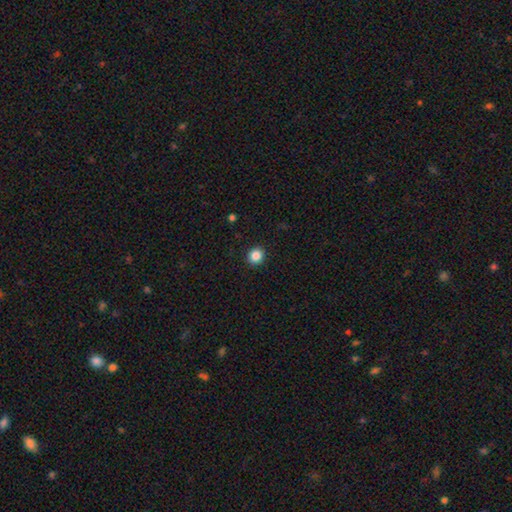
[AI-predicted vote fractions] The model was most divided on "how rounded": round: 86%, in between: 13%, cigar-shaped: 1%. More confident: merging — none (92%); smooth or featured — smooth (86%).